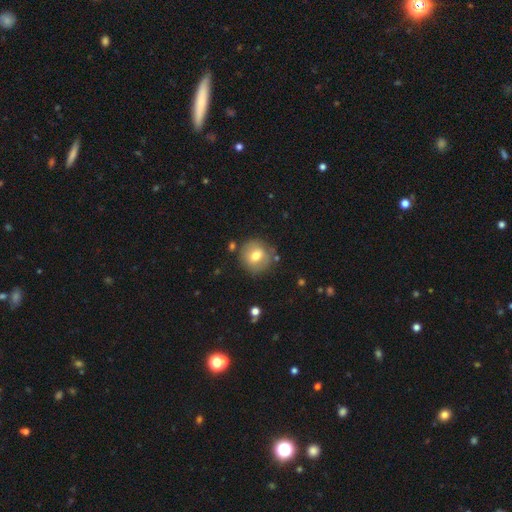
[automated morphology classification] smooth-or-featured: smooth: 65% | featured or disk: 26% | star or artifact: 9%
  how-rounded: round: 89% | in between: 10% | cigar-shaped: 1%
  merging: none: 80% | minor disturbance: 12% | major disturbance: 4% | merger: 4%